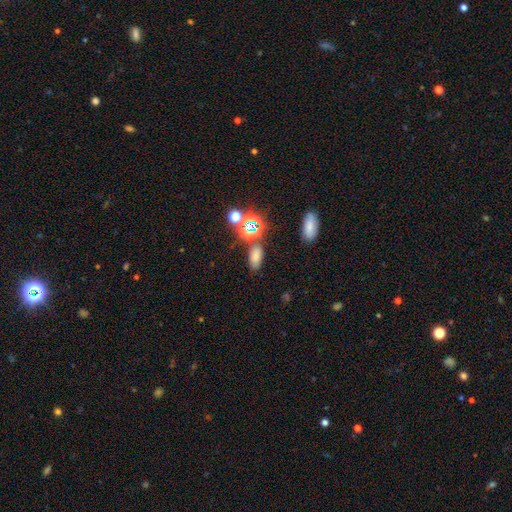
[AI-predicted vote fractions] Smooth or featured? smooth (67%)
How rounded? in between (87%)
Merging? none (75%)